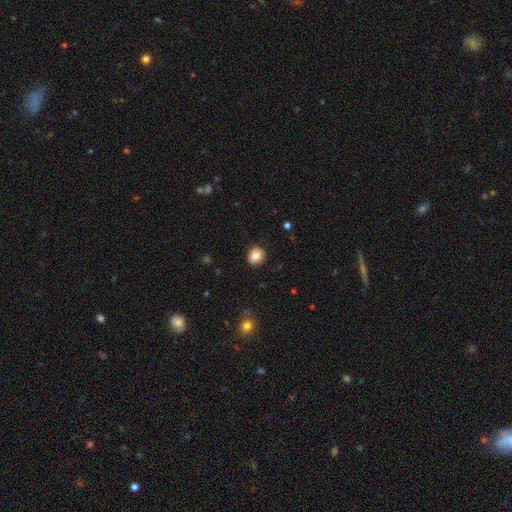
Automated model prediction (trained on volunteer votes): Smooth or featured? smooth (85%)
How rounded? round (70%)
Merging? none (87%)